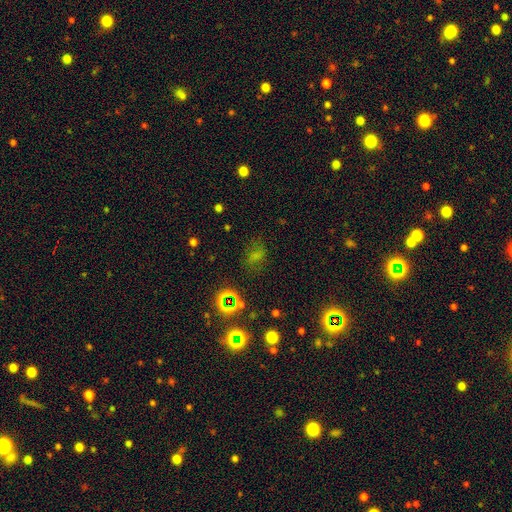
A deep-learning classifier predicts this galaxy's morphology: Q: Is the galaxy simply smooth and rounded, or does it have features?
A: smooth — 49%.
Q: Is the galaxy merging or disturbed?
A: none — 66%.